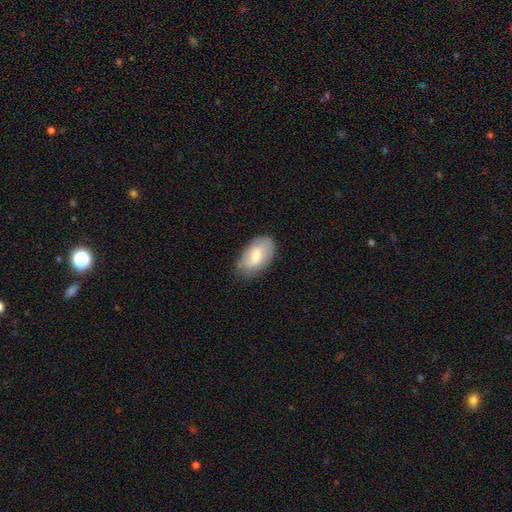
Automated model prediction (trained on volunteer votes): Overall: smooth (65%; featured or disk 29%). How rounded: in between (93%). Merging: none (75%).